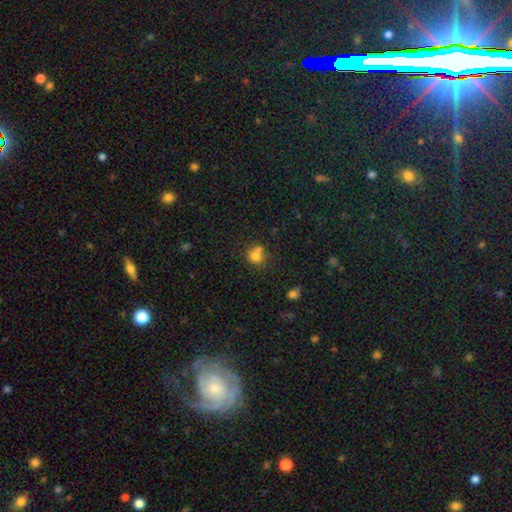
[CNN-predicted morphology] This appears to be a smooth galaxy with no disk features (76%) that is round (74%). Merging: none (46%).